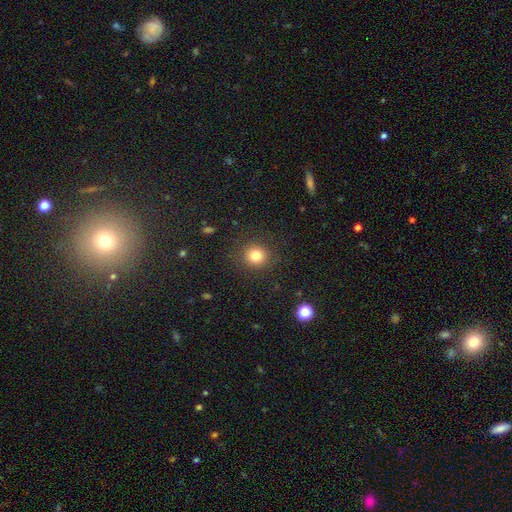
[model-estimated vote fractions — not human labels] Smooth or featured? smooth (81%)
How rounded? round (90%)
Merging? none (89%)